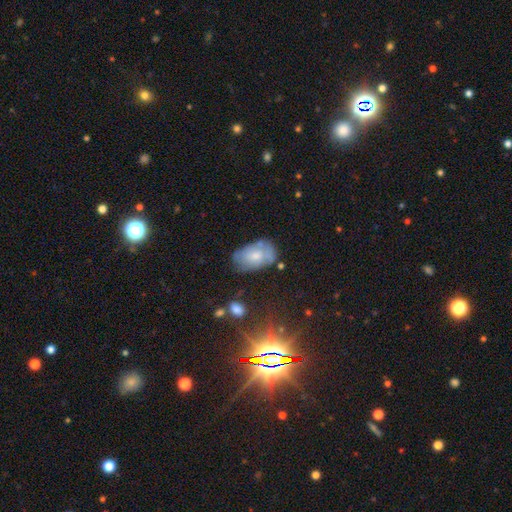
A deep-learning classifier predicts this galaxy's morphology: type=smooth (60%); roundness=in between (91%); merging=none (58%).